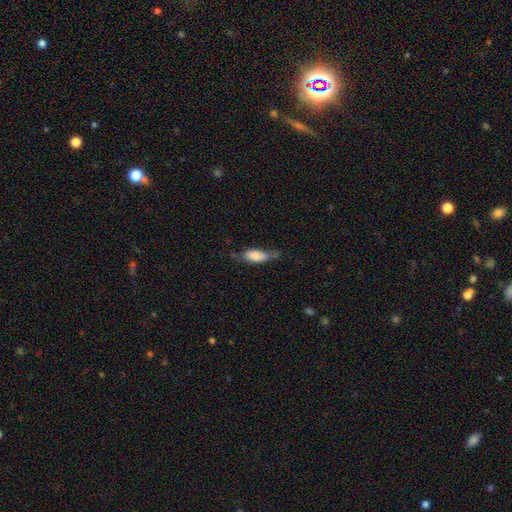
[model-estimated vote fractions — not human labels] smooth-or-featured: smooth: 76% | featured or disk: 17% | star or artifact: 7%
  how-rounded: in between: 77% | cigar-shaped: 21% | round: 2%
  merging: none: 41% | minor disturbance: 38% | major disturbance: 16% | merger: 5%